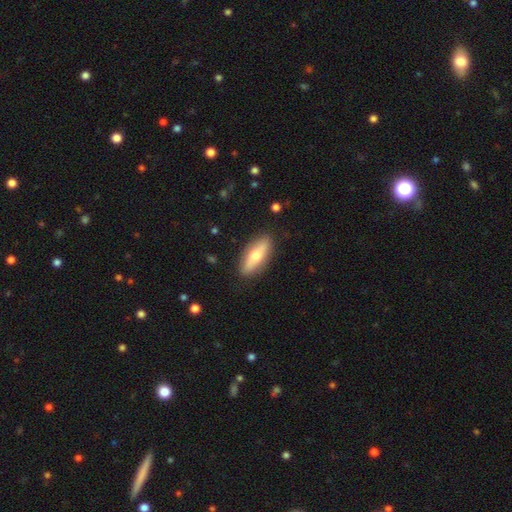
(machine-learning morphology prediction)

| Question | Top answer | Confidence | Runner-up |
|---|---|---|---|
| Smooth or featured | smooth | 55% | featured or disk (40%) |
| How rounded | in between | 64% | cigar-shaped (33%) |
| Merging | none | 87% | minor disturbance (9%) |